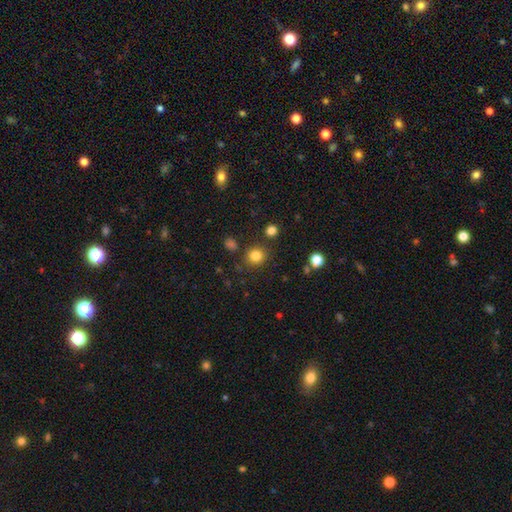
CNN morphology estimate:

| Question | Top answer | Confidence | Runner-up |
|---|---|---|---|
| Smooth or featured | smooth | 82% | star or artifact (13%) |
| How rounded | round | 87% | in between (12%) |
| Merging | none | 84% | minor disturbance (8%) |